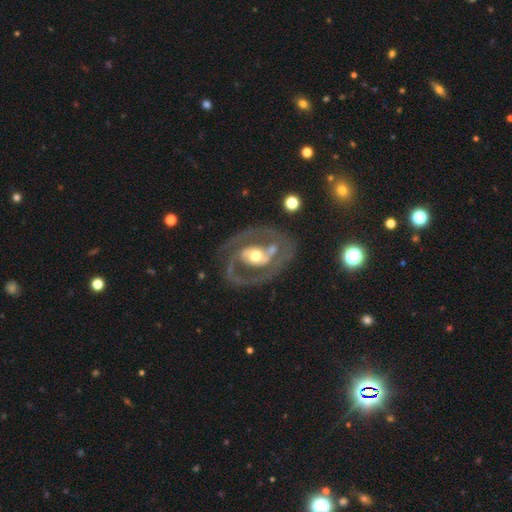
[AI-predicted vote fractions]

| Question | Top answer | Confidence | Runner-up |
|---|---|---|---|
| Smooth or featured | featured or disk | 85% | smooth (10%) |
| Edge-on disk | no | 96% | yes (4%) |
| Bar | no | 43% | weak (32%) |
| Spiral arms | yes | 81% | no (19%) |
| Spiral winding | medium | 48% | tight (37%) |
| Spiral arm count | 2 | 80% | can't tell (8%) |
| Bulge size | moderate | 70% | large (14%) |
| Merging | none | 70% | minor disturbance (16%) |